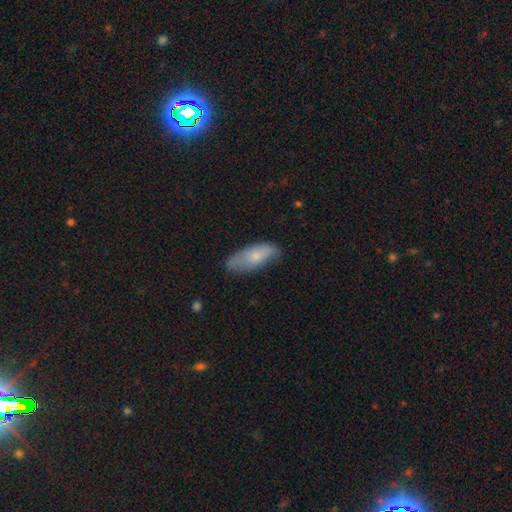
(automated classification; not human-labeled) smooth_or_featured: smooth (p=0.72) [alt: featured or disk p=0.22]
how_rounded: in between (p=0.77) [alt: cigar-shaped p=0.20]
merging: none (p=0.60) [alt: minor disturbance p=0.31]